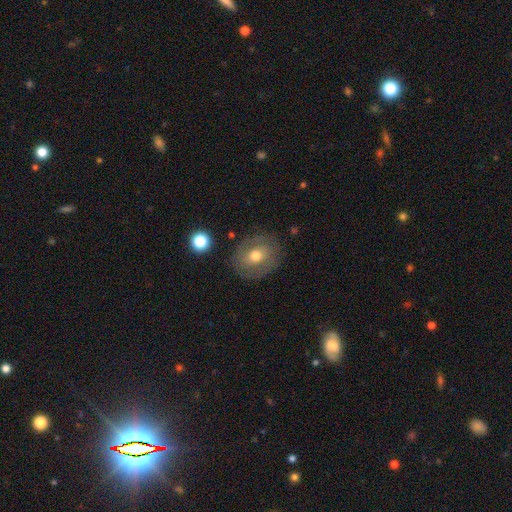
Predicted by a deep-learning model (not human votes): smooth 54%, featured or disk 37%, star or artifact 9%. Down the decision tree: how rounded — round (67%); merging — none (80%).